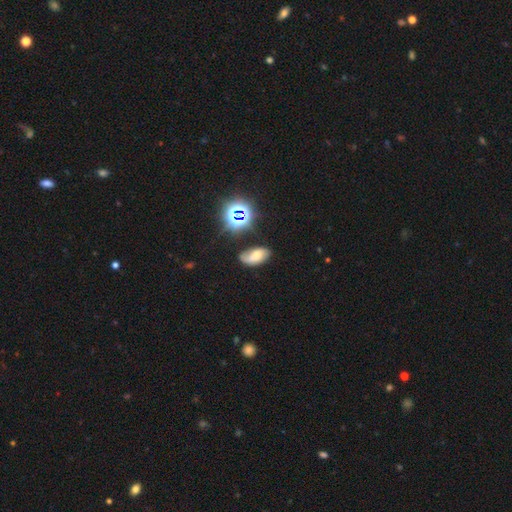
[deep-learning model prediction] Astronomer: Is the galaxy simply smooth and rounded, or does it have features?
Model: smooth — 44% (runner-up: featured or disk, 36%).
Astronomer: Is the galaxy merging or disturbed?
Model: none — 55%.